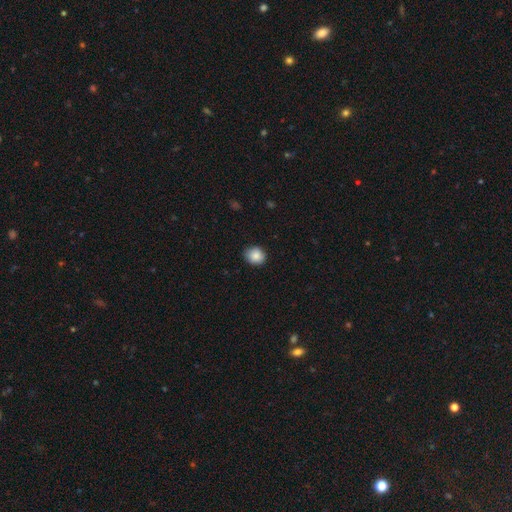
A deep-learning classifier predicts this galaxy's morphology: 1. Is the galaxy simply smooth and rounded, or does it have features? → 87% smooth, 9% star or artifact, 5% featured or disk.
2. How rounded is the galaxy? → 77% round, 22% in between, 1% cigar-shaped.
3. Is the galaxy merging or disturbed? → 85% none, 12% minor disturbance, 2% major disturbance, 1% merger.